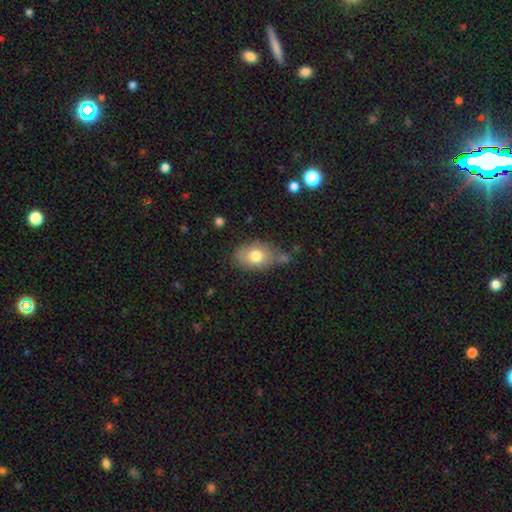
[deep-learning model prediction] This appears to be a smooth galaxy with no disk features (75%) that is in between round and cigar-shaped (82%). Merging: none (55%).